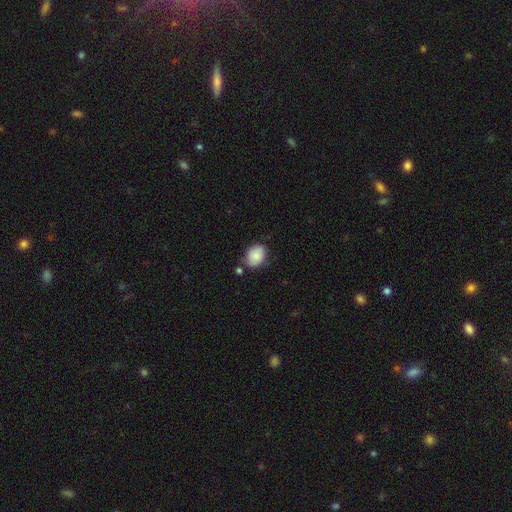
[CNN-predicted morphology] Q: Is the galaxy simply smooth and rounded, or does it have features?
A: smooth — 83%.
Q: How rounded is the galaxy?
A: in between — 67%.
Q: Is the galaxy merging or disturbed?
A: none — 71%.